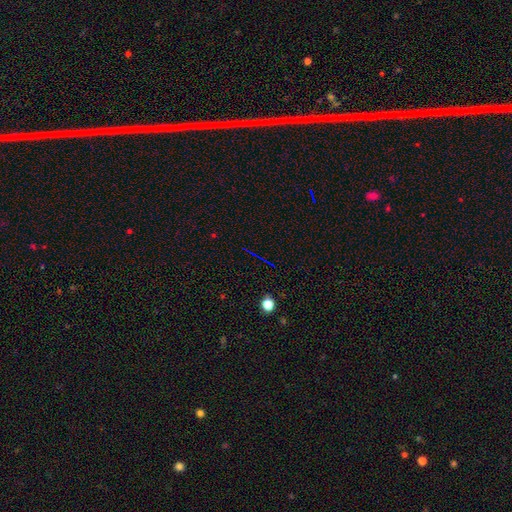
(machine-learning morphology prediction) Overall: star or artifact (71%).